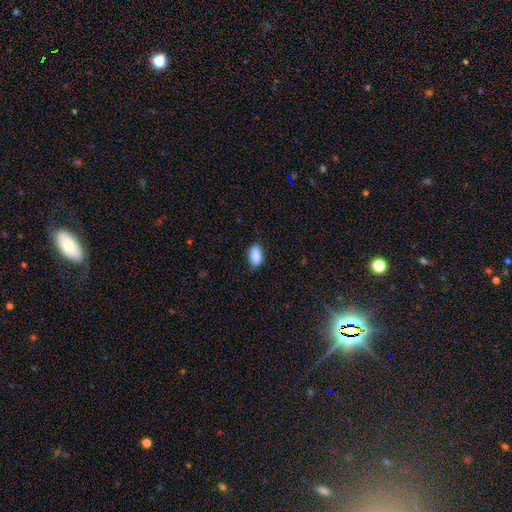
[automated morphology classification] smooth-or-featured: smooth: 87% | star or artifact: 7% | featured or disk: 6%
  how-rounded: in between: 91% | round: 5% | cigar-shaped: 4%
  merging: none: 73% | minor disturbance: 22% | major disturbance: 4% | merger: 1%